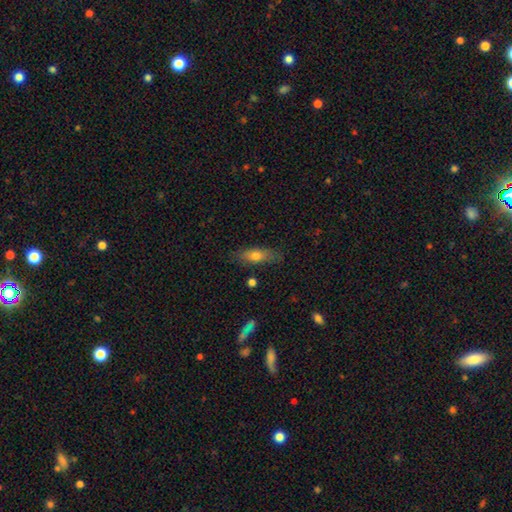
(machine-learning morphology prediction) smooth-or-featured: smooth: 69% | featured or disk: 23% | star or artifact: 7%
  how-rounded: in between: 60% | cigar-shaped: 37% | round: 4%
  merging: none: 77% | minor disturbance: 17% | major disturbance: 4% | merger: 2%